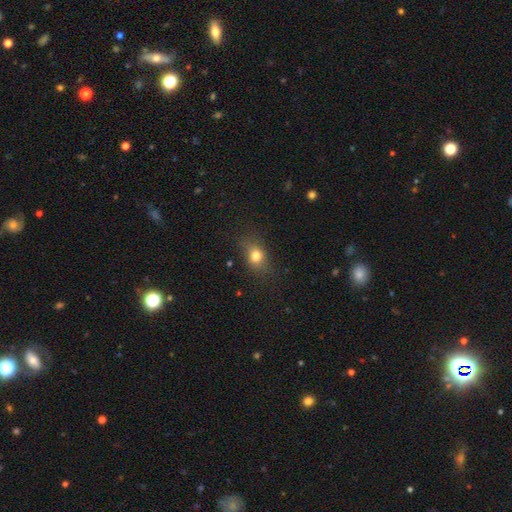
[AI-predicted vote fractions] This appears to be a smooth galaxy with no disk features (76%) that is in between round and cigar-shaped (58%). Merging: none (74%).